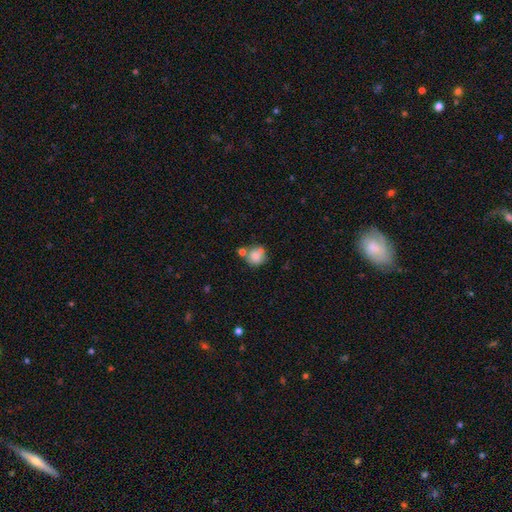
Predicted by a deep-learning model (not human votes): Q: Smooth or featured?
A: smooth (80%); runner-up: featured or disk (11%)
Q: How rounded?
A: round (81%); runner-up: in between (18%)
Q: Merging?
A: none (53%); runner-up: merger (23%)